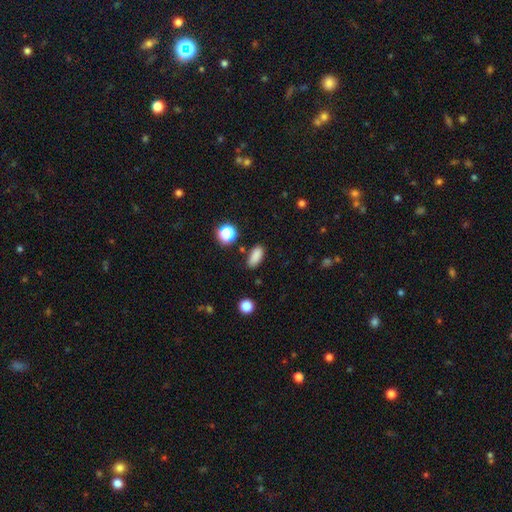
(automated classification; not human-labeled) The model was most divided on "how rounded": in between: 82%, cigar-shaped: 12%, round: 6%. More confident: smooth or featured — smooth (84%); merging — none (84%).